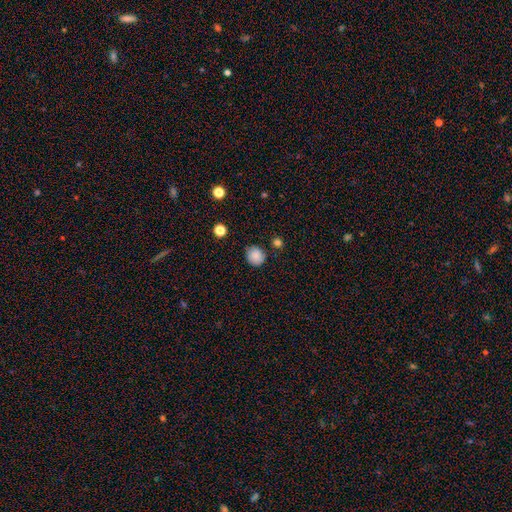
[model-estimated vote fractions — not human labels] Smooth or featured? Predicted: smooth (p=0.86). How rounded? Predicted: round (p=0.83). Merging? Predicted: none (p=0.79).